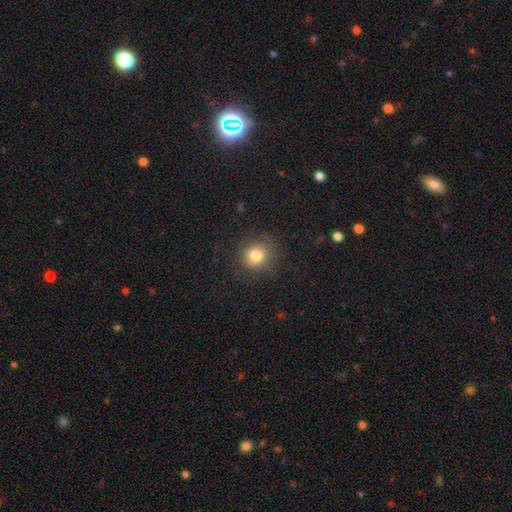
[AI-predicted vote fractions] Smooth or featured: smooth — 80% (star or artifact — 12%)
How rounded: round — 88% (in between — 11%)
Merging: none — 86% (minor disturbance — 9%)